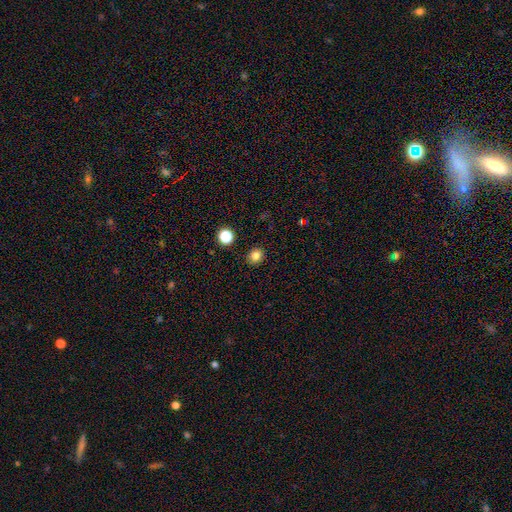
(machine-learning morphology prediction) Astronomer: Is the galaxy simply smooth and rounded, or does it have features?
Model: smooth — 82%.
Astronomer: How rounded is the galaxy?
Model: round — 76%.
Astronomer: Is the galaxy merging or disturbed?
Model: none — 90%.